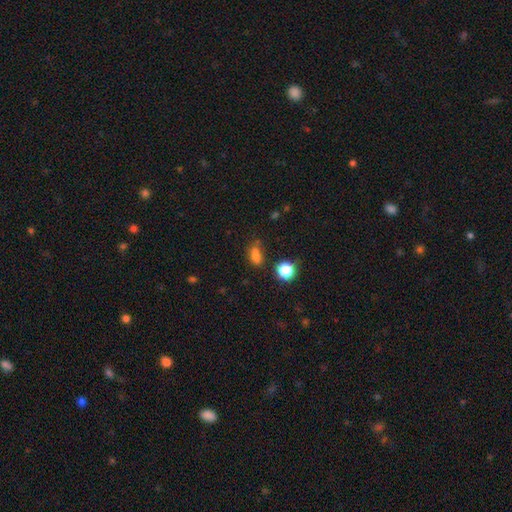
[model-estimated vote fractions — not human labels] Morphology: type=smooth (73%); roundness=in between (67%); merging=none (55%).